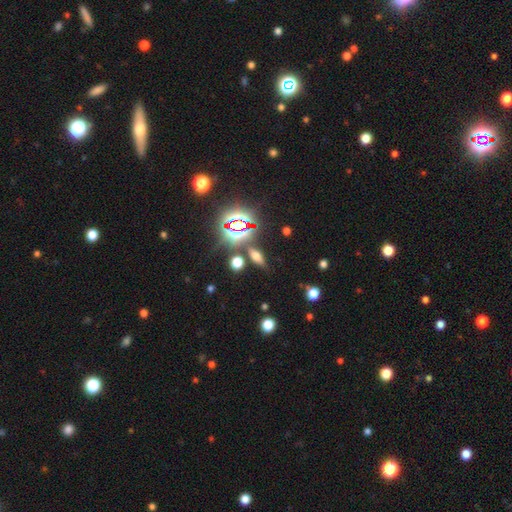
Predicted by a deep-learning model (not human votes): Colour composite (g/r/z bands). It shows a smooth galaxy with no disk features (50%) that is in between round and cigar-shaped (65%). Merging: none (78%).